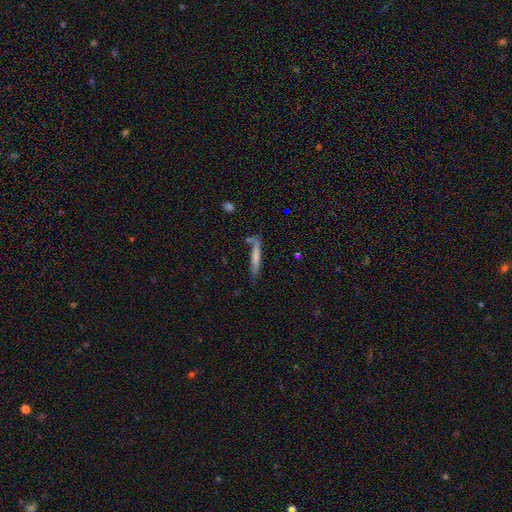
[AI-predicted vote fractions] smooth 68%, featured or disk 24%, star or artifact 7%. Down the decision tree: how rounded — cigar-shaped (93%); merging — none (68%).